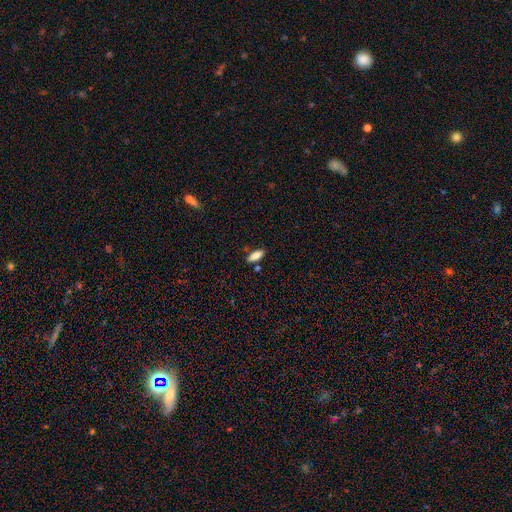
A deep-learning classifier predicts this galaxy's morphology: smooth_or_featured: smooth (p=0.84) [alt: featured or disk p=0.09]
how_rounded: in between (p=0.71) [alt: cigar-shaped p=0.27]
merging: none (p=0.83) [alt: minor disturbance p=0.11]